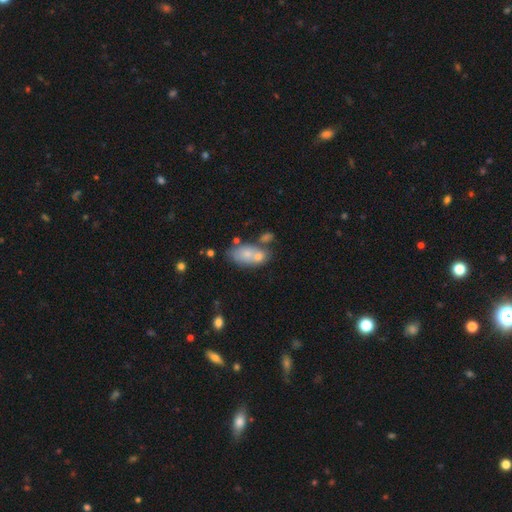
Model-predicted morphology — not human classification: Overall: smooth (61%; featured or disk 26%). How rounded: in between (84%). Merging: none (45%; merger 31%).